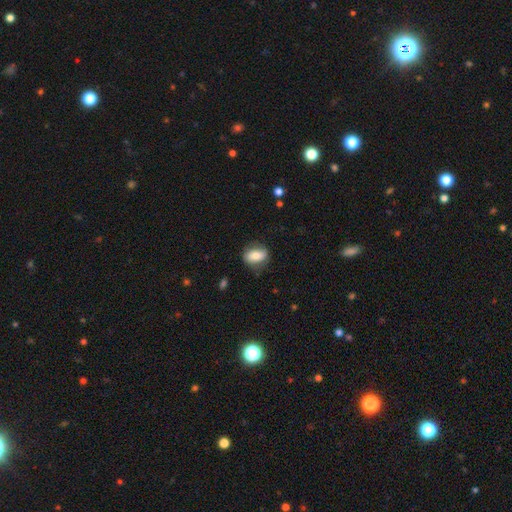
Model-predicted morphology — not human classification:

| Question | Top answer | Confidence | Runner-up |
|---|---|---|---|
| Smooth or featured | smooth | 73% | featured or disk (20%) |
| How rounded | in between | 81% | round (16%) |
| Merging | none | 74% | minor disturbance (19%) |